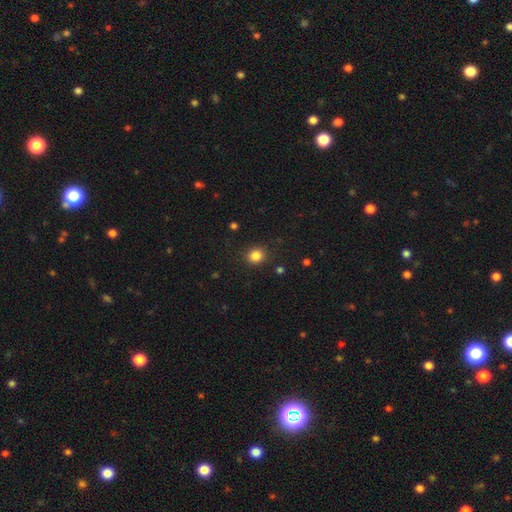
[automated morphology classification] Smooth or featured: smooth — 84% (star or artifact — 12%)
How rounded: round — 83% (in between — 16%)
Merging: none — 89% (minor disturbance — 7%)